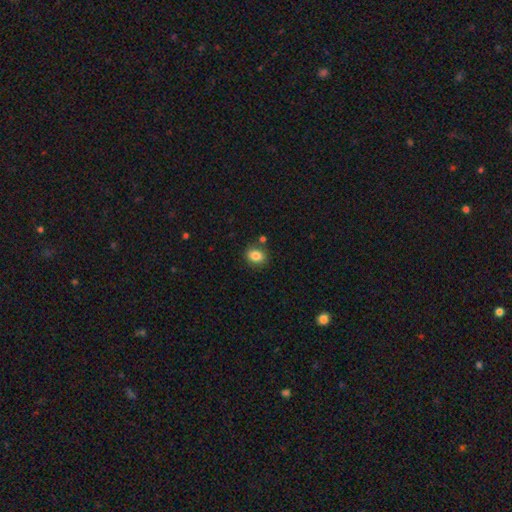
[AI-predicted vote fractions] smooth_or_featured: smooth (p=0.85) [alt: star or artifact p=0.09]
how_rounded: in between (p=0.57) [alt: round p=0.42]
merging: none (p=0.78) [alt: minor disturbance p=0.11]